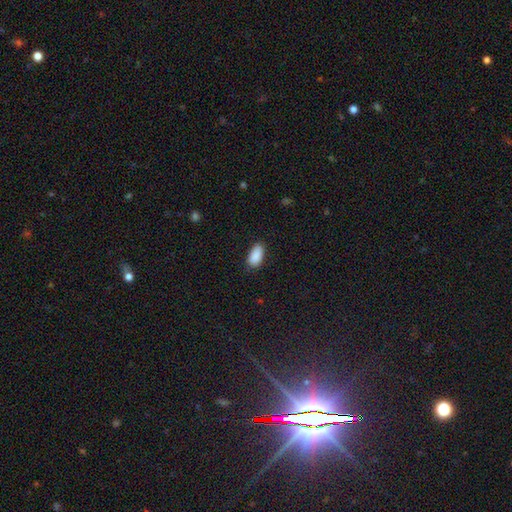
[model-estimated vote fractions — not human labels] Smooth or featured: smooth — 90% (star or artifact — 7%)
How rounded: in between — 93% (cigar-shaped — 4%)
Merging: none — 82% (minor disturbance — 14%)